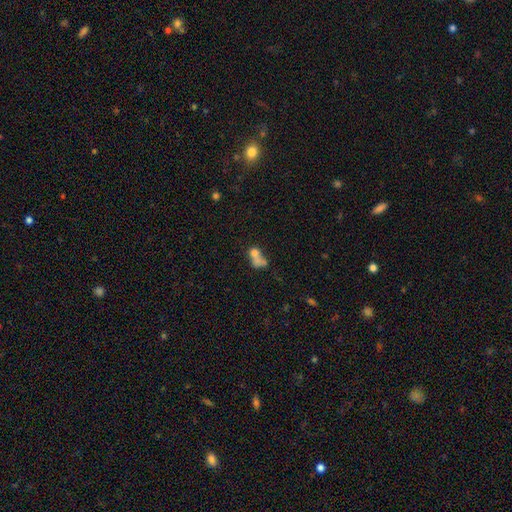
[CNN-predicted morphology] Smooth or featured: smooth — 64% (featured or disk — 22%)
How rounded: in between — 52% (round — 45%)
Merging: merger — 59% (none — 20%)